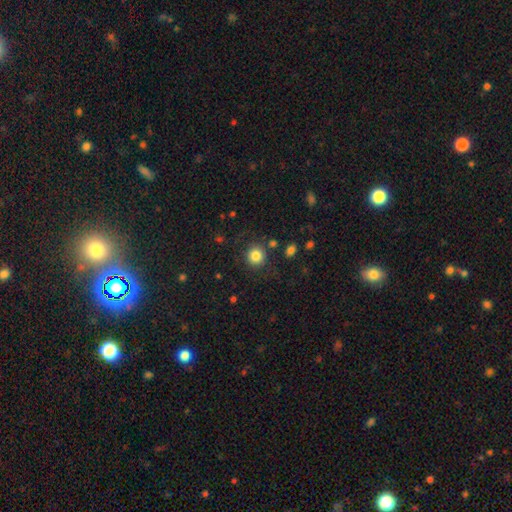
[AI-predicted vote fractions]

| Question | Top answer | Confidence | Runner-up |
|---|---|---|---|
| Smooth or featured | smooth | 83% | star or artifact (11%) |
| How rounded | round | 91% | in between (8%) |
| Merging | none | 85% | minor disturbance (9%) |